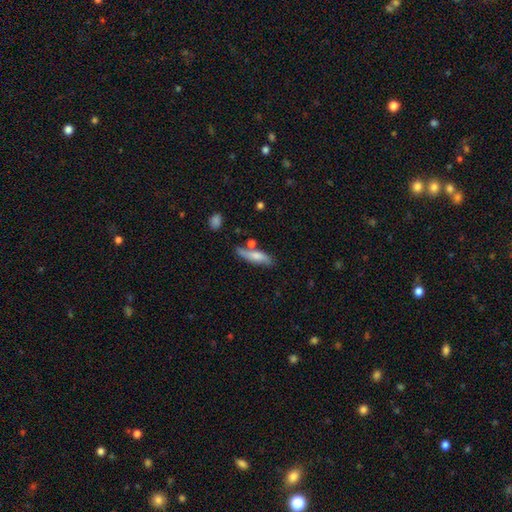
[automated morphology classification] Smooth or featured: smooth — 62% (featured or disk — 31%)
How rounded: cigar-shaped — 57% (in between — 40%)
Merging: none — 61% (minor disturbance — 21%)